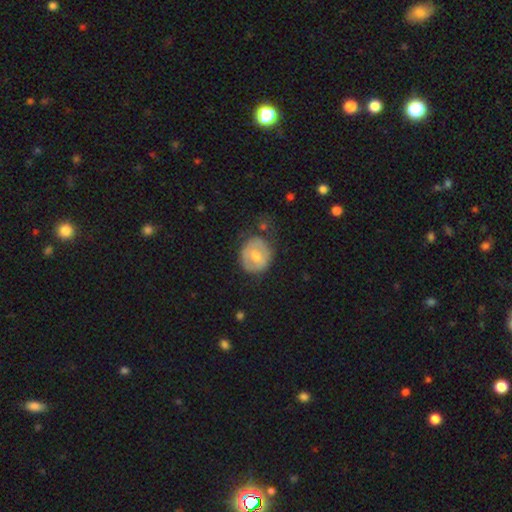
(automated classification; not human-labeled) Overall: smooth (48%; featured or disk 46%). Merging: none (66%).